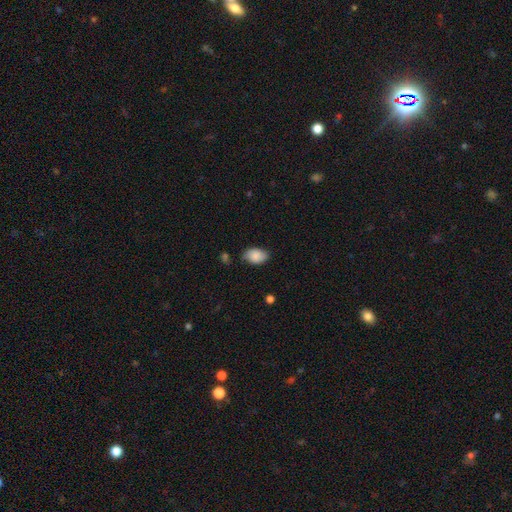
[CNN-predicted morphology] smooth_or_featured: smooth (p=0.84) [alt: featured or disk p=0.09]
how_rounded: in between (p=0.90) [alt: round p=0.09]
merging: none (p=0.70) [alt: minor disturbance p=0.23]